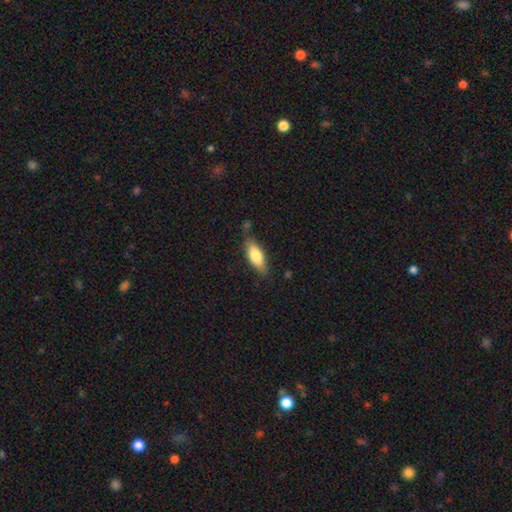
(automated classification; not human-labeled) The model was most divided on "how rounded": in between: 68%, cigar-shaped: 30%, round: 2%. More confident: smooth or featured — smooth (76%); merging — none (74%).